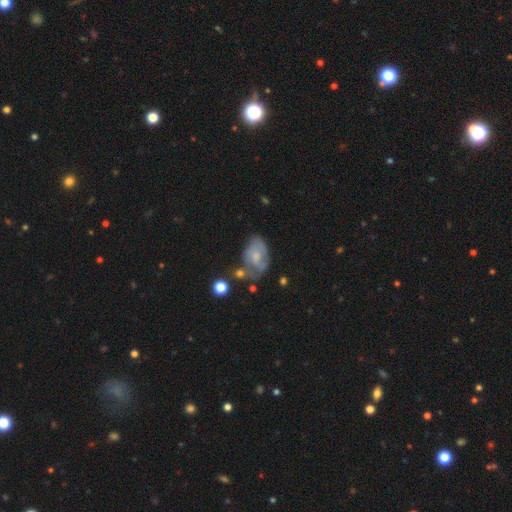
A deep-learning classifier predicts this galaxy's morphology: smooth-or-featured: featured or disk: 49% | smooth: 42% | star or artifact: 9%
  merging: none: 38% | minor disturbance: 31% | major disturbance: 21% | merger: 10%